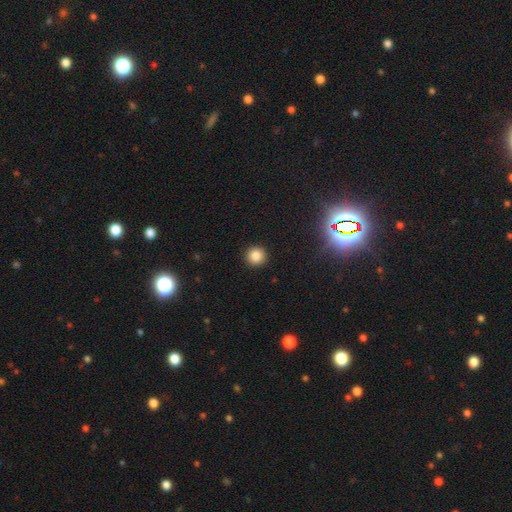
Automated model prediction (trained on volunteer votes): Smooth or featured: smooth — 84% (star or artifact — 12%)
How rounded: round — 95% (in between — 4%)
Merging: none — 93% (minor disturbance — 4%)